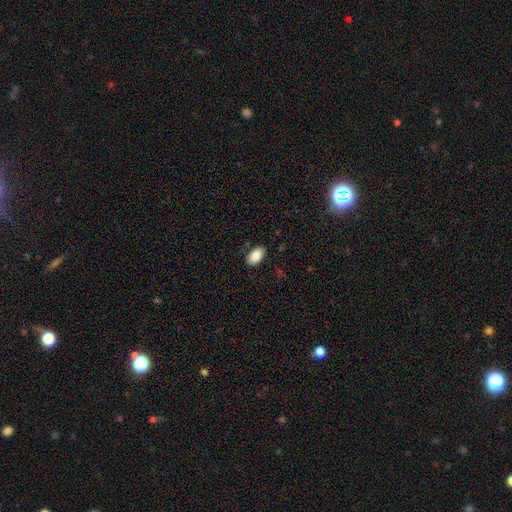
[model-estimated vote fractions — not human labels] Overall: smooth (87%). How rounded: in between (93%). Merging: none (85%).